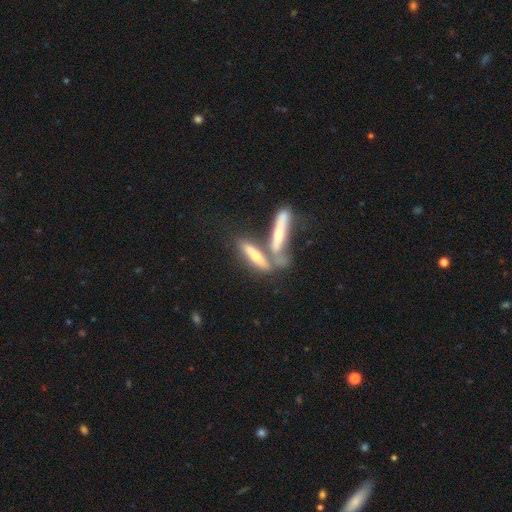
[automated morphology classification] Smooth or featured? featured or disk (54%)
Edge-on disk? yes (82%)
Merging? merger (45%)